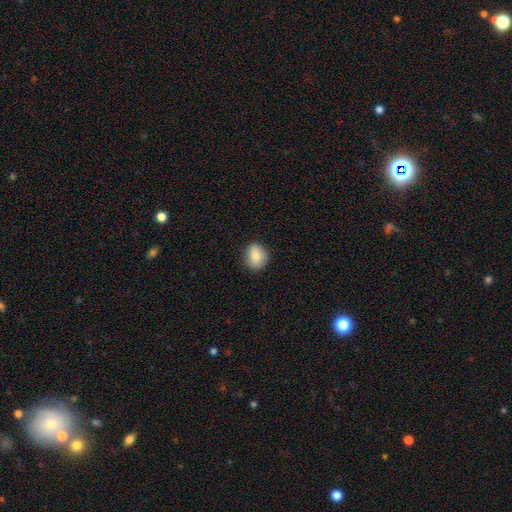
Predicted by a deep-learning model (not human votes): Morphology: type=smooth (82%); roundness=round (69%); merging=none (84%).